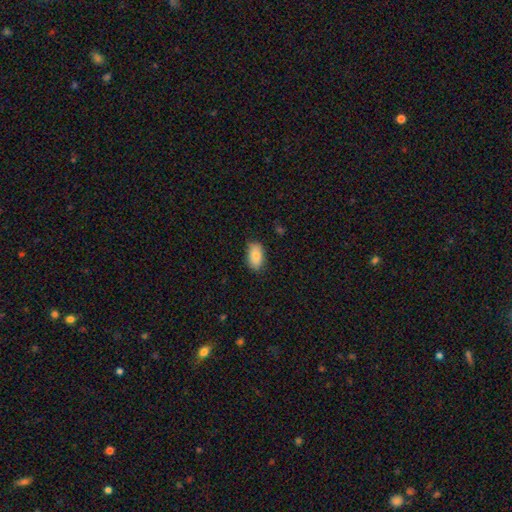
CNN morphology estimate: smooth-or-featured: smooth: 82% | featured or disk: 11% | star or artifact: 7%
  how-rounded: in between: 93% | round: 5% | cigar-shaped: 2%
  merging: none: 81% | minor disturbance: 16% | major disturbance: 3% | merger: 1%